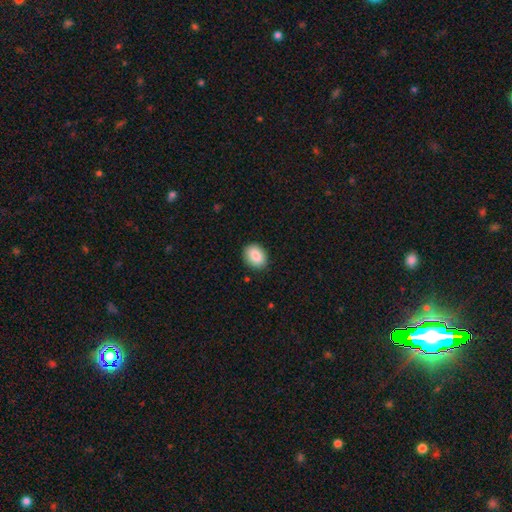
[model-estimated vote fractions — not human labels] A smooth galaxy with no disk features (88%) that is in between round and cigar-shaped (68%). Merging: none (88%).